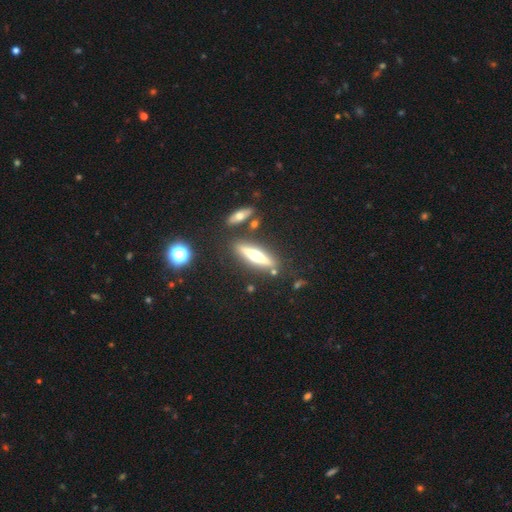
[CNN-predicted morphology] smooth-or-featured: featured or disk: 65% | smooth: 28% | star or artifact: 8%
  disk-edge-on: yes: 94% | no: 6%
    edge-on-bulge: rounded: 90% | boxy: 5% | none: 4%
  merging: none: 81% | minor disturbance: 9% | merger: 6% | major disturbance: 3%